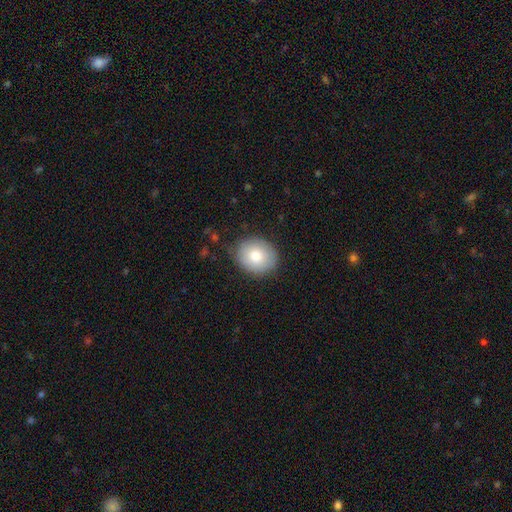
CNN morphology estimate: smooth 79%, featured or disk 13%, star or artifact 8%. Down the decision tree: how rounded — round (68%); merging — none (84%).